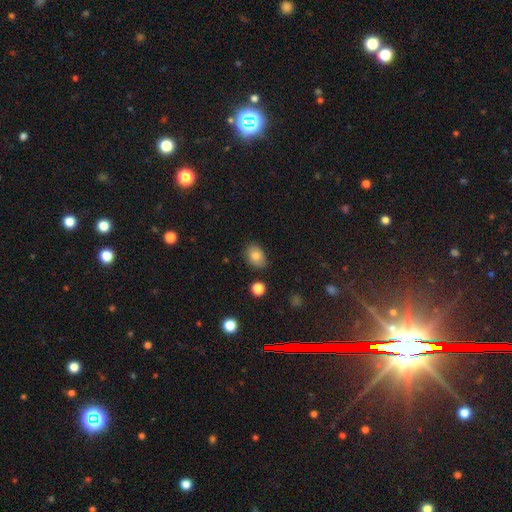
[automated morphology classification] Smooth or featured? smooth (80%)
How rounded? in between (72%)
Merging? none (79%)